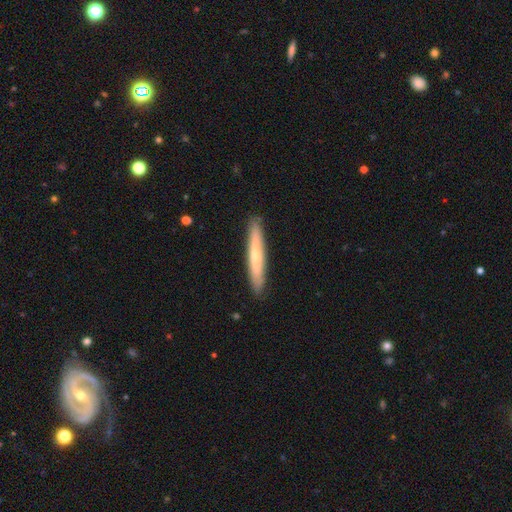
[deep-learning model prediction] This appears to be a smooth galaxy with no disk features (54%) that is cigar-shaped (95%). Merging: none (90%).